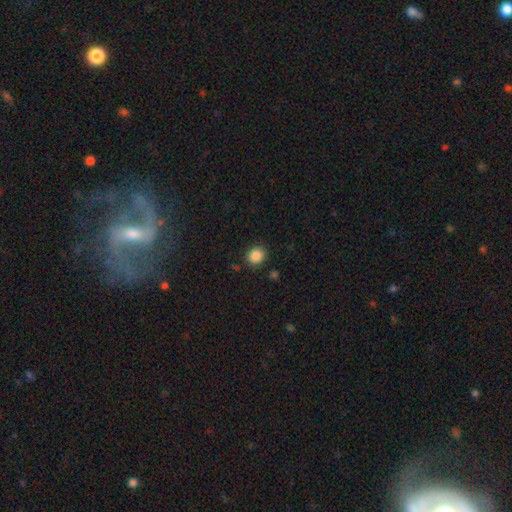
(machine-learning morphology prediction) Smooth or featured? smooth (86%)
How rounded? round (78%)
Merging? none (88%)